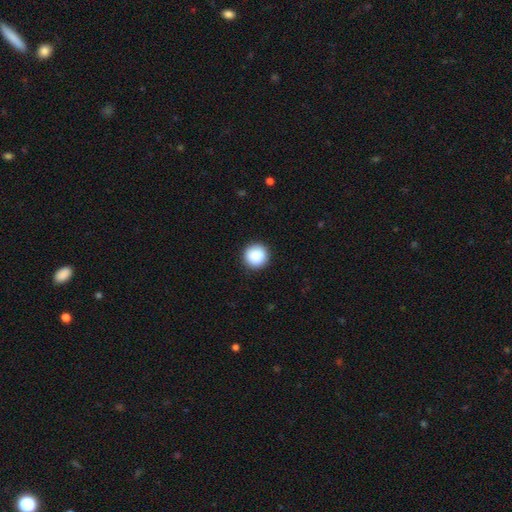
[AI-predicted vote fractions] Smooth or featured: smooth — 89% (star or artifact — 8%)
How rounded: round — 96% (in between — 3%)
Merging: none — 93% (minor disturbance — 5%)